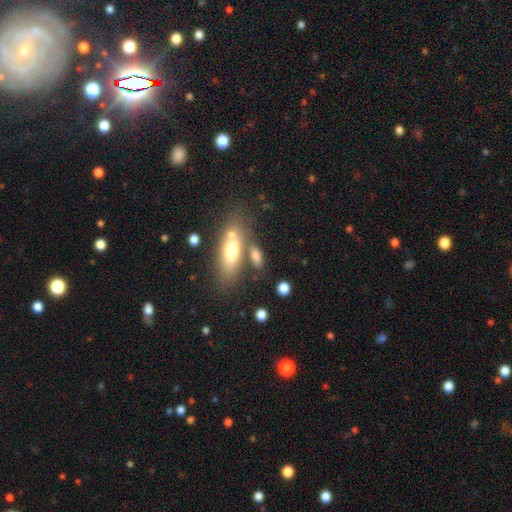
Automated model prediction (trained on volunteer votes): Q: Smooth or featured?
A: smooth (71%); runner-up: featured or disk (20%)
Q: How rounded?
A: in between (64%); runner-up: cigar-shaped (29%)
Q: Merging?
A: none (54%); runner-up: merger (26%)